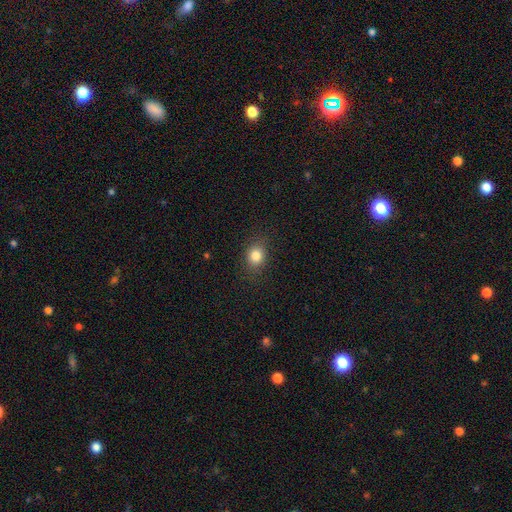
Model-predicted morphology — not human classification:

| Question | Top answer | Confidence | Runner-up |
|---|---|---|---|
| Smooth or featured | smooth | 83% | star or artifact (11%) |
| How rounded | round | 59% | in between (40%) |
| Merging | none | 85% | minor disturbance (11%) |